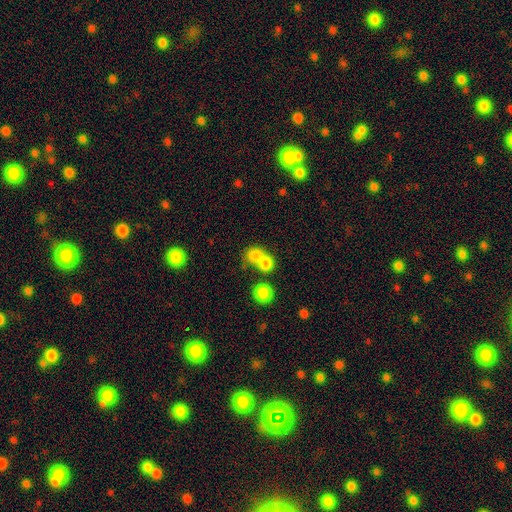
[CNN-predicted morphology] Overall: smooth (79%). How rounded: round (76%). Merging: merger (53%; none 37%).